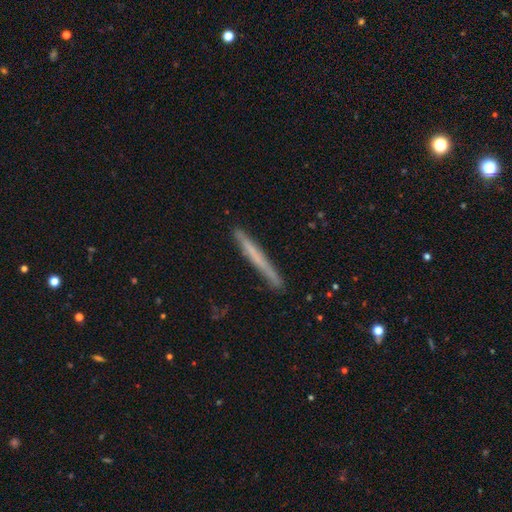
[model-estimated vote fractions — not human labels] Smooth or featured?
  - smooth: 53% *
  - featured or disk: 40%
  - star or artifact: 6%
How rounded?
  - cigar-shaped: 97% *
  - in between: 2%
  - round: 1%
Merging?
  - none: 87% *
  - minor disturbance: 10%
  - major disturbance: 2%
  - merger: 1%